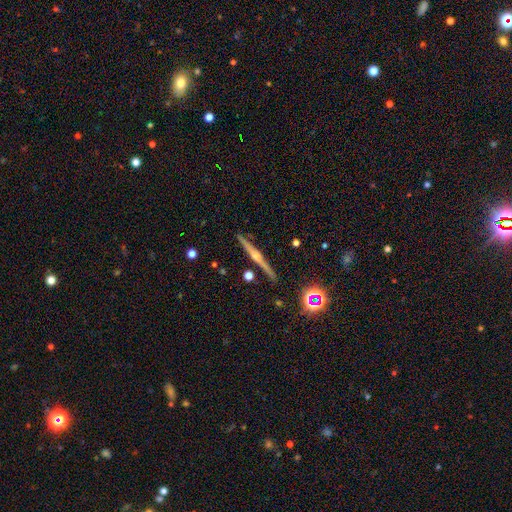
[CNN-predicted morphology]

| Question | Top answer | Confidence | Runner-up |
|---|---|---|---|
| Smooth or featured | featured or disk | 81% | smooth (11%) |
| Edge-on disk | yes | 98% | no (2%) |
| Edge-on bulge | rounded | 87% | none (7%) |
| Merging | none | 91% | minor disturbance (6%) |